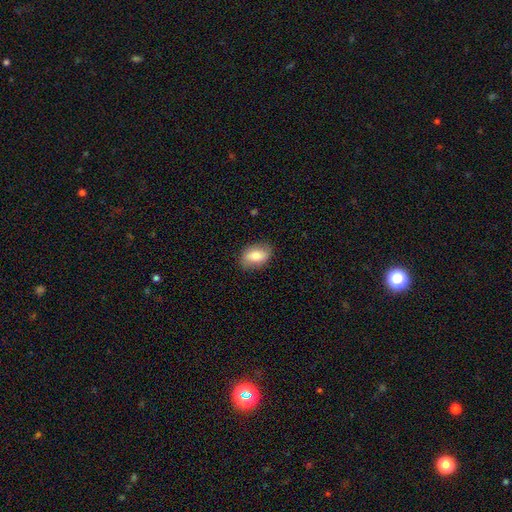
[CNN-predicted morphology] This appears to be a smooth galaxy with no disk features (73%) that is in between round and cigar-shaped (84%). Merging: none (83%).